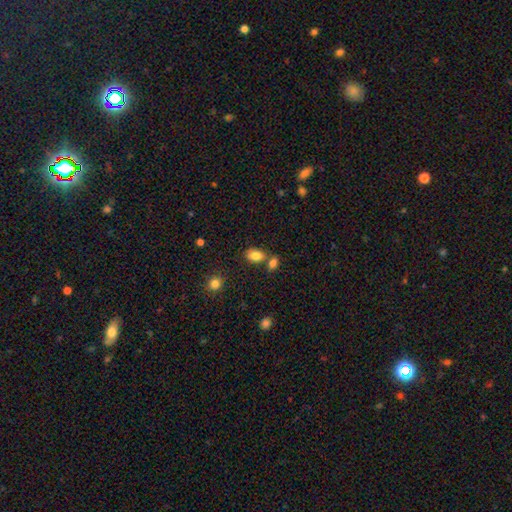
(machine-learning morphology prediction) The model was most divided on "merging": none: 62%, merger: 24%, minor disturbance: 11%, major disturbance: 3%. More confident: how rounded — in between (87%); smooth or featured — smooth (84%).